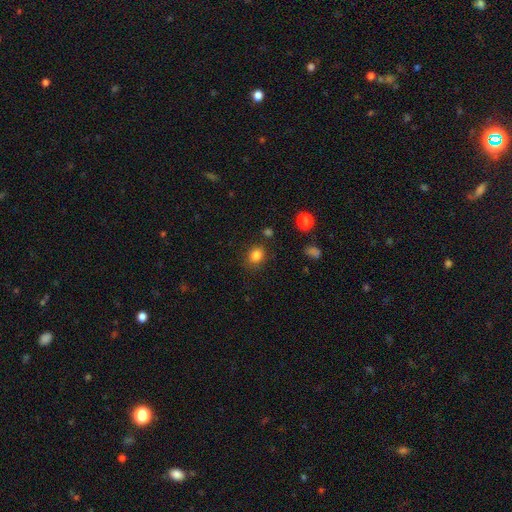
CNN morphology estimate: smooth-or-featured: smooth: 83% | star or artifact: 12% | featured or disk: 5%
  how-rounded: round: 59% | in between: 40% | cigar-shaped: 1%
  merging: none: 81% | minor disturbance: 12% | major disturbance: 4% | merger: 3%